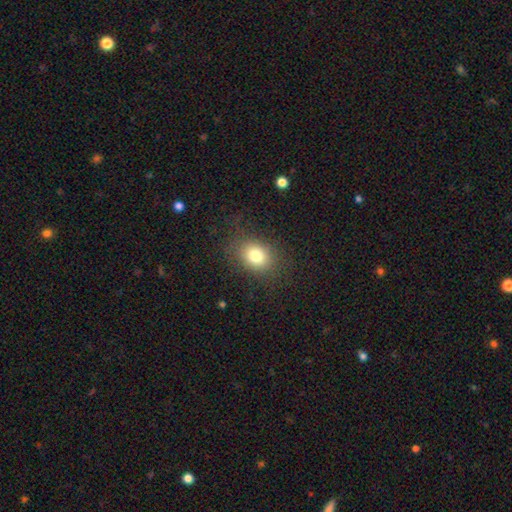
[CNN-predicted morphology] A smooth galaxy with no disk features (79%) that is in between round and cigar-shaped (52%).

Vote fractions:
- Smooth or featured? smooth: 79% / star or artifact: 12% / featured or disk: 10%
- How rounded? in between: 52% / round: 47% / cigar-shaped: 1%
- Merging? none: 81% / minor disturbance: 12% / major disturbance: 6% / merger: 1%